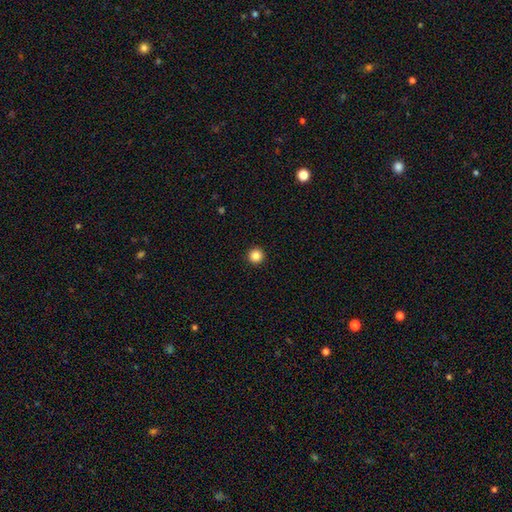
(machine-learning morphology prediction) This is clearly a smooth galaxy (86%). How rounded: clearly round (96%). Merging: clearly none (94%).